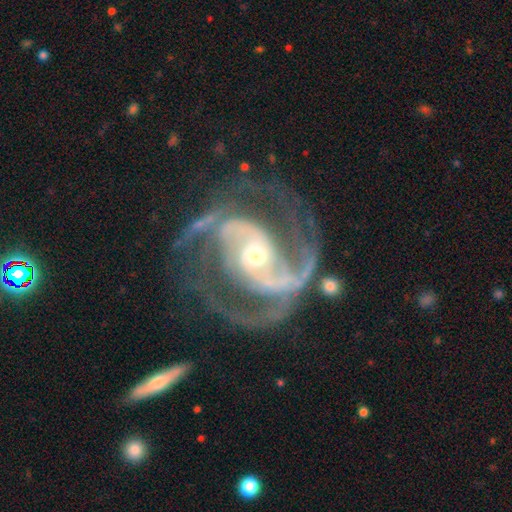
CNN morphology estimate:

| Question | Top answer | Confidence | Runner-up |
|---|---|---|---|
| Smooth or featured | featured or disk | 92% | star or artifact (5%) |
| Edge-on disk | no | 97% | yes (3%) |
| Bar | no | 43% | weak (31%) |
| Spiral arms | yes | 98% | no (2%) |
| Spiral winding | medium | 55% | tight (32%) |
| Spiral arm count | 2 | 76% | 3 (10%) |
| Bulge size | small | 52% | moderate (42%) |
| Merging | none | 61% | minor disturbance (19%) |